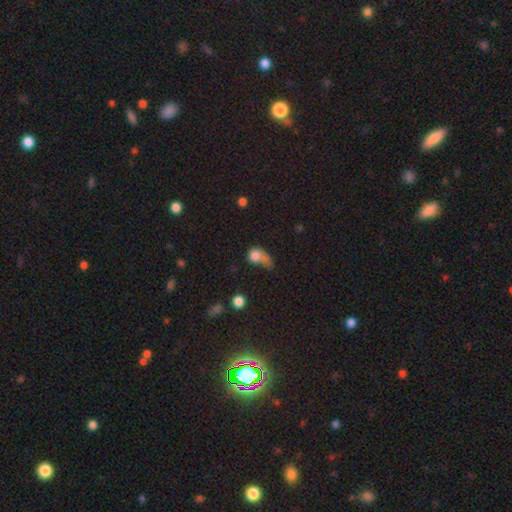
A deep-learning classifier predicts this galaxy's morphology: This is likely a smooth galaxy (72%). How rounded: possibly round (50%). Merging: marginally major disturbance (42%).